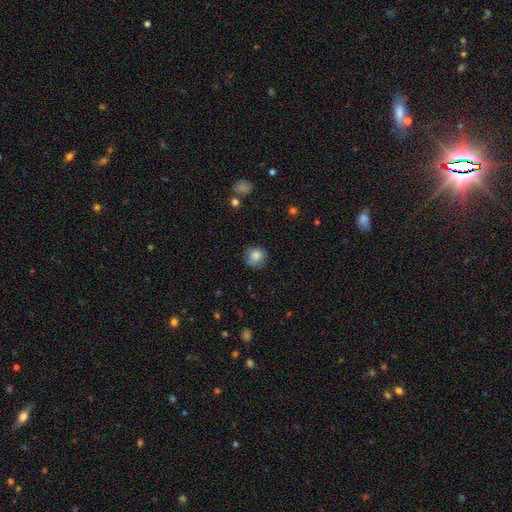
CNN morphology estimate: The model was most divided on "merging": none: 79%, minor disturbance: 16%, major disturbance: 4%, merger: 1%. More confident: how rounded — round (88%); smooth or featured — smooth (83%).